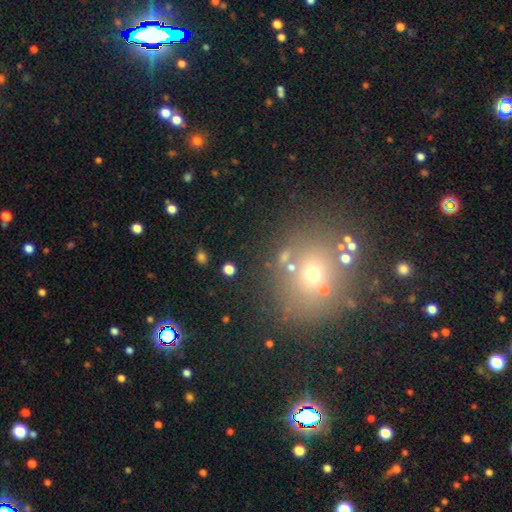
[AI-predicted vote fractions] Overall: smooth (44%; star or artifact 42%). Merging: none (74%).